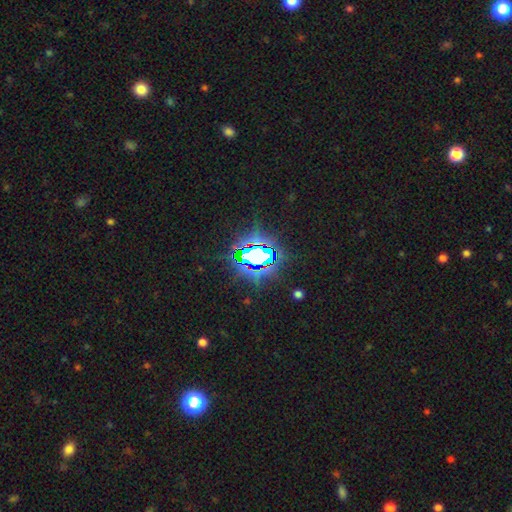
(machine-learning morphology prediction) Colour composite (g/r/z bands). It shows a star or artifact, not a galaxy (76%).